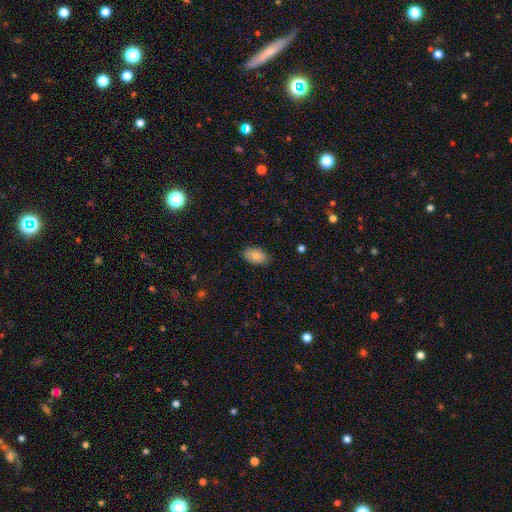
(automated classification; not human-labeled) Morphology: type=smooth (82%); roundness=in between (93%); merging=none (85%).